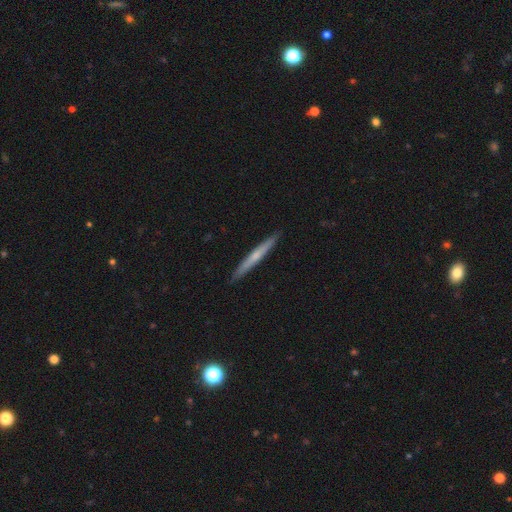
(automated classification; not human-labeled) Smooth or featured? featured or disk (48%)
Merging? none (92%)